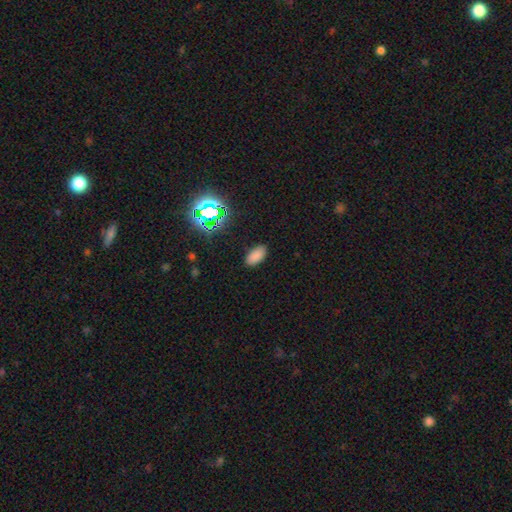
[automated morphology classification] type=smooth (79%); roundness=in between (94%); merging=none (87%).